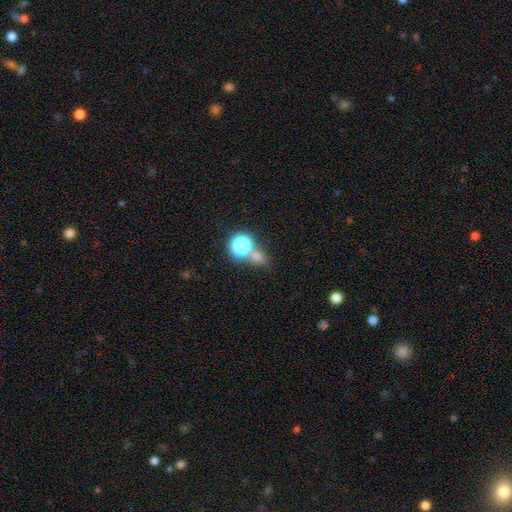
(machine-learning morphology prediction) Smooth or featured? smooth (55%)
How rounded? round (68%)
Merging? none (58%)